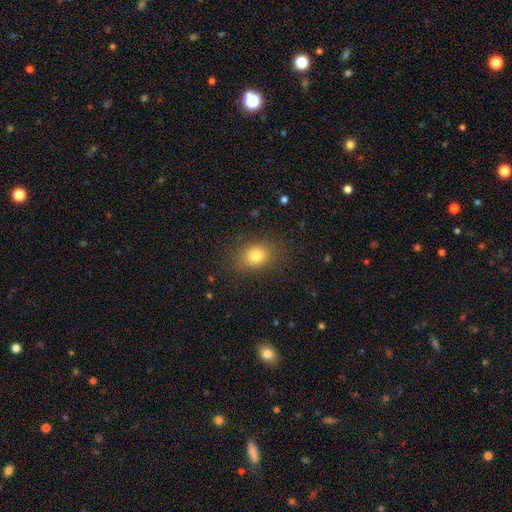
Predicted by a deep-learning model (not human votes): smooth-or-featured: smooth: 80% | star or artifact: 11% | featured or disk: 9%
  how-rounded: in between: 53% | round: 46% | cigar-shaped: 1%
  merging: none: 83% | minor disturbance: 11% | major disturbance: 4% | merger: 1%